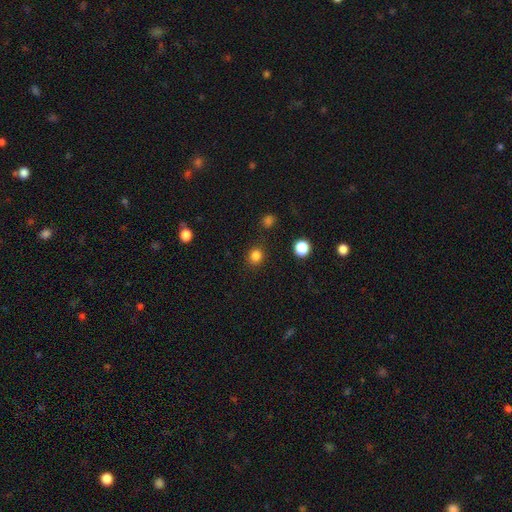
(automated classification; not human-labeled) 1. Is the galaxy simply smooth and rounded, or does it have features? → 83% smooth, 13% star or artifact, 4% featured or disk.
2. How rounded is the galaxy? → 82% round, 17% in between, 1% cigar-shaped.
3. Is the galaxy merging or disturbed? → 87% none, 8% minor disturbance, 3% major disturbance, 2% merger.